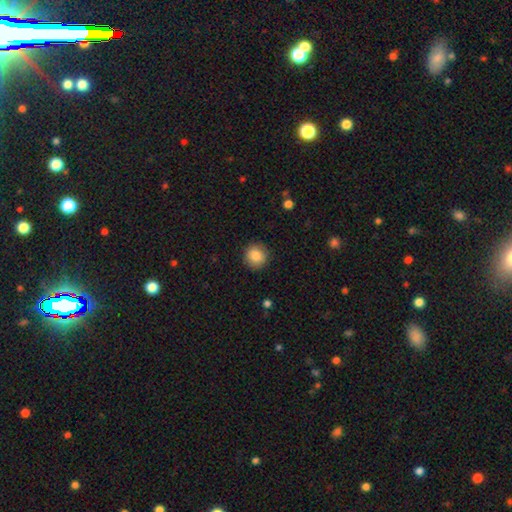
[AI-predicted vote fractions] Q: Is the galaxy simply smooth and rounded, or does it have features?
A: smooth — 85%.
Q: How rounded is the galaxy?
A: round — 93%.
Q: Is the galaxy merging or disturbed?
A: none — 90%.